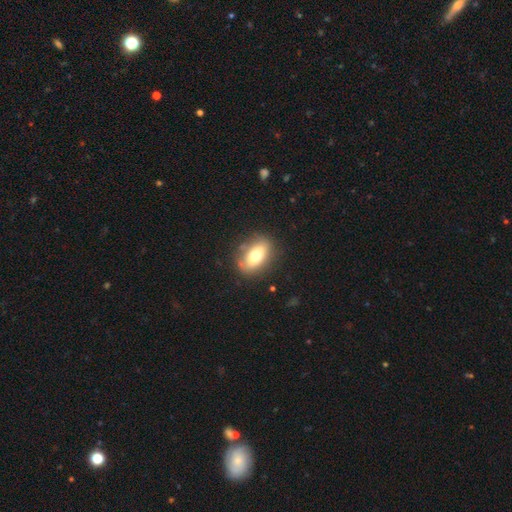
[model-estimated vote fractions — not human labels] A smooth galaxy with no disk features (71%) that is in between round and cigar-shaped (85%). Merging: none (79%).